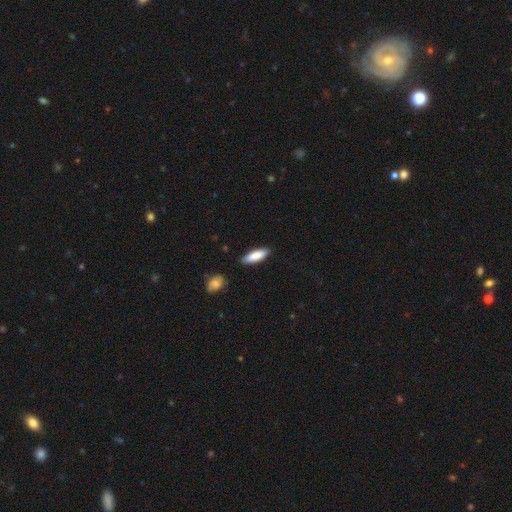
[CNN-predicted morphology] Overall: smooth (85%). How rounded: in between (54%; cigar-shaped 44%). Merging: none (85%).